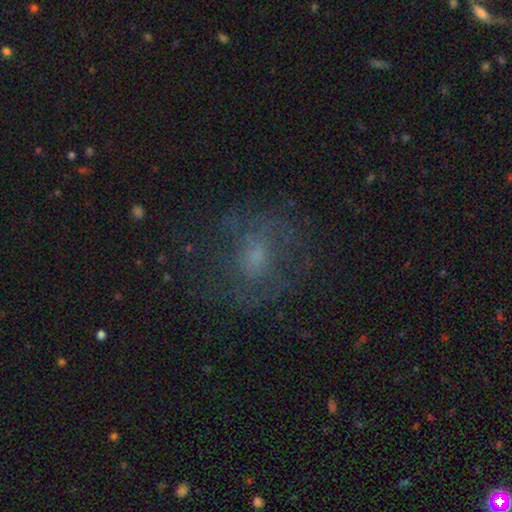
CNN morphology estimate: The model was most divided on "smooth or featured": featured or disk: 45%, smooth: 34%, star or artifact: 20%. More confident: merging — none (65%).